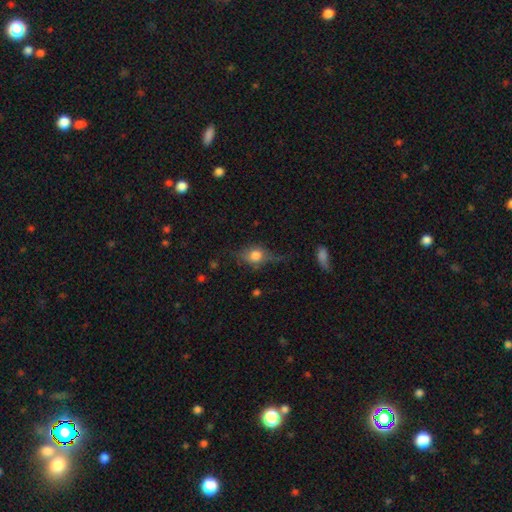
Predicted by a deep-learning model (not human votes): Smooth or featured?
  - smooth: 60% *
  - featured or disk: 28%
  - star or artifact: 12%
How rounded?
  - in between: 50% *
  - round: 45%
  - cigar-shaped: 6%
Merging?
  - none: 54% *
  - minor disturbance: 26%
  - major disturbance: 17%
  - merger: 3%